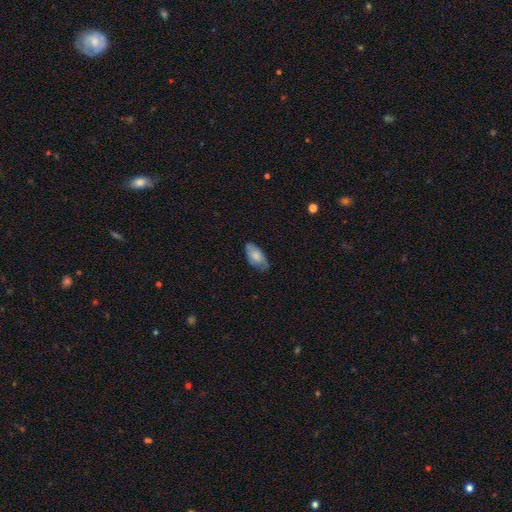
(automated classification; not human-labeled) smooth-or-featured: smooth: 68% | featured or disk: 25% | star or artifact: 7%
  how-rounded: in between: 92% | cigar-shaped: 5% | round: 3%
  merging: none: 68% | minor disturbance: 25% | major disturbance: 5% | merger: 1%